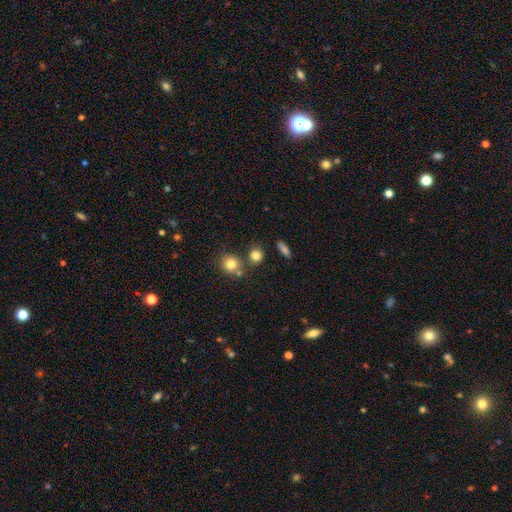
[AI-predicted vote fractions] smooth-or-featured: smooth: 81% | star or artifact: 12% | featured or disk: 7%
  how-rounded: round: 79% | in between: 19% | cigar-shaped: 2%
  merging: none: 71% | merger: 16% | minor disturbance: 10% | major disturbance: 3%